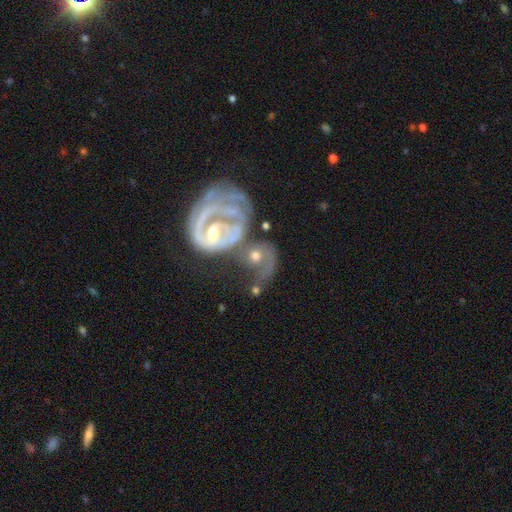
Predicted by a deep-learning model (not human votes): Overall: featured or disk (69%). Edge-on disk: no (97%). Bar: no (70%). Spiral arms: yes (71%). Bulge size: moderate (66%). Merging: merger (59%).